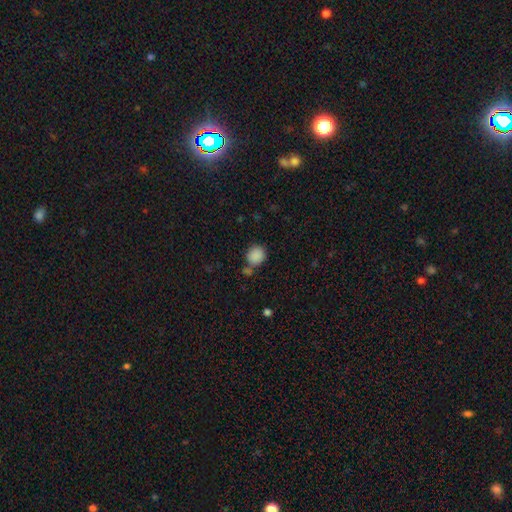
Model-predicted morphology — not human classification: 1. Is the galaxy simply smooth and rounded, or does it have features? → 87% smooth, 9% star or artifact, 4% featured or disk.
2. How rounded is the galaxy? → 83% round, 16% in between, 1% cigar-shaped.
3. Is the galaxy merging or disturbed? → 67% none, 16% merger, 13% minor disturbance, 4% major disturbance.